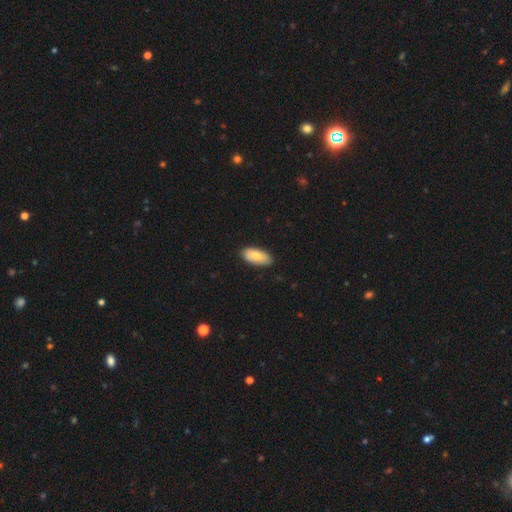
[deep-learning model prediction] Smooth or featured?
  - smooth: 75% *
  - featured or disk: 19%
  - star or artifact: 6%
How rounded?
  - in between: 91% *
  - cigar-shaped: 7%
  - round: 2%
Merging?
  - none: 85% *
  - minor disturbance: 12%
  - major disturbance: 2%
  - merger: 1%